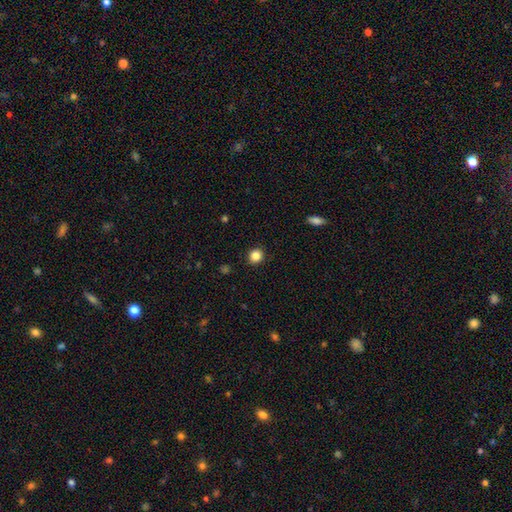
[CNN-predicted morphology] This appears to be a smooth galaxy with no disk features (85%) that is round (88%). Merging: none (91%).